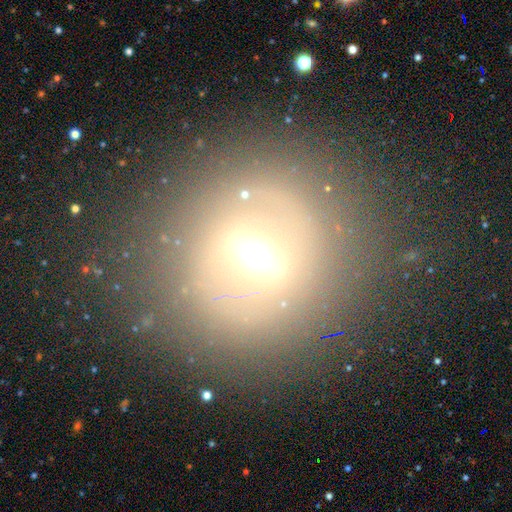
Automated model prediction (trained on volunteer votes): The model was most divided on "smooth or featured": featured or disk: 54%, smooth: 27%, star or artifact: 19%. More confident: merging — none (79%); edge-on disk — no (69%).